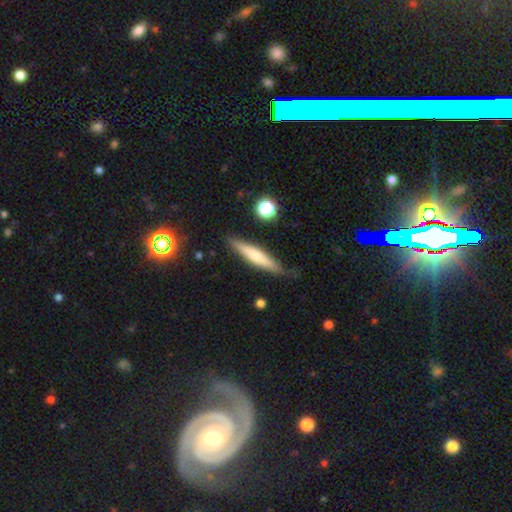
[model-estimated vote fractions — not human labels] The model was most divided on "smooth or featured": smooth: 53%, featured or disk: 41%, star or artifact: 7%. More confident: how rounded — cigar-shaped (88%); merging — none (81%).